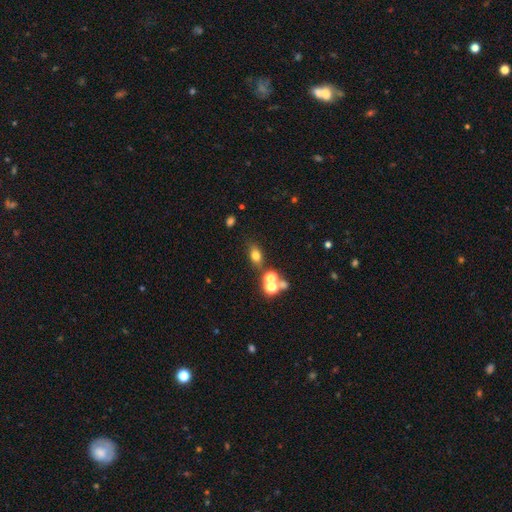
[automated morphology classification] Smooth or featured? smooth (67%)
How rounded? in between (64%)
Merging? none (64%)